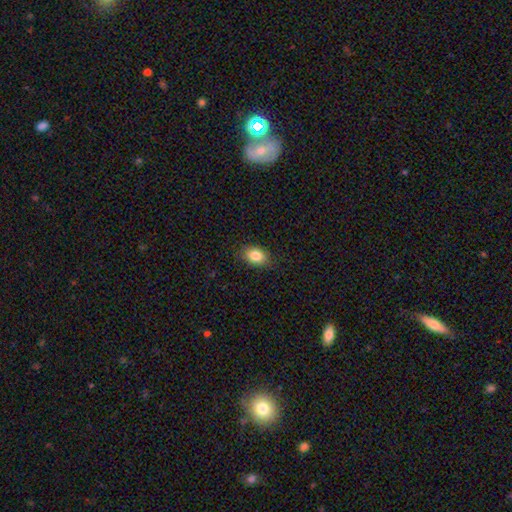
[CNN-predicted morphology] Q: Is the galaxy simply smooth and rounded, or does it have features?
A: smooth — 84%.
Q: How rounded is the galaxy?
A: in between — 80%.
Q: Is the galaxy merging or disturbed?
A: none — 85%.